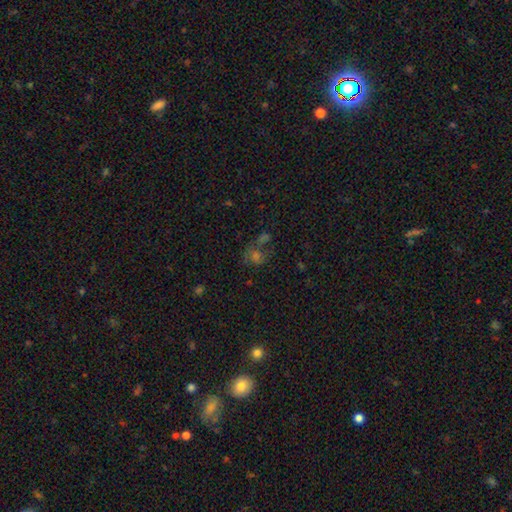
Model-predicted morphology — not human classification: type=smooth (43%); merging=none (46%).